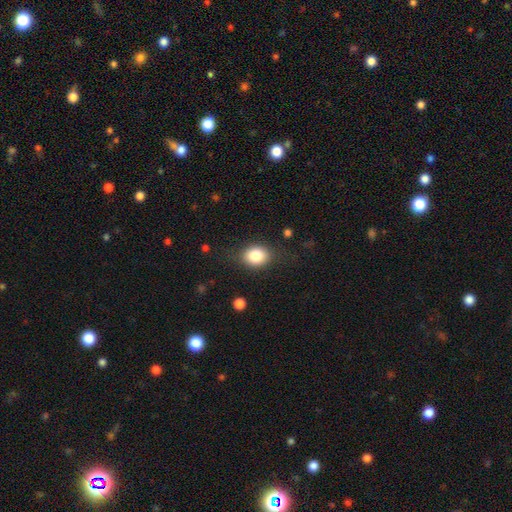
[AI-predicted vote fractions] A smooth galaxy with no disk features (83%) that is in between round and cigar-shaped (53%).

Vote fractions:
- Smooth or featured? smooth: 83% / star or artifact: 9% / featured or disk: 8%
- How rounded? in between: 53% / round: 46% / cigar-shaped: 1%
- Merging? none: 81% / minor disturbance: 13% / major disturbance: 5% / merger: 1%